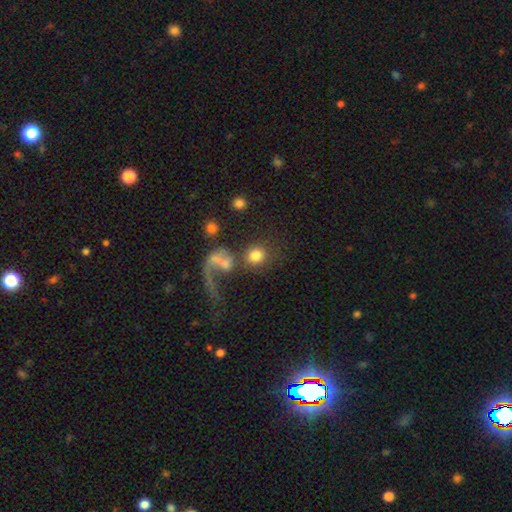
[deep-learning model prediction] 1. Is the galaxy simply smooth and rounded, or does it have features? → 76% smooth, 15% featured or disk, 9% star or artifact.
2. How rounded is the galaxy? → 84% round, 14% in between, 1% cigar-shaped.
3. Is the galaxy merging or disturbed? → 51% none, 22% merger, 17% major disturbance, 10% minor disturbance.